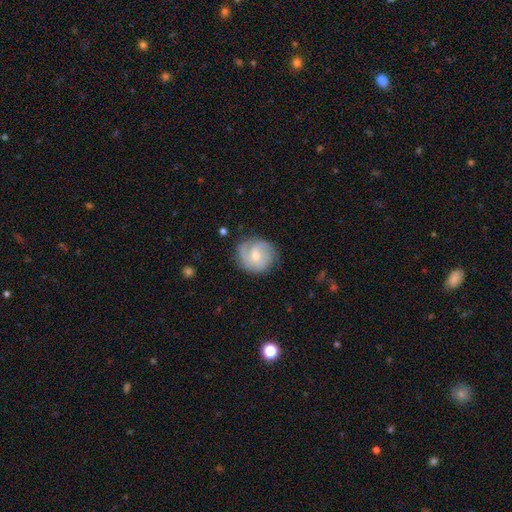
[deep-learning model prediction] Smooth or featured?
  - featured or disk: 69% *
  - smooth: 25%
  - star or artifact: 7%
Edge-on disk?
  - no: 98% *
  - yes: 2%
Bar?
  - no: 56% *
  - weak: 37%
  - strong: 7%
Spiral arms?
  - yes: 91% *
  - no: 9%
Spiral winding?
  - tight: 43% *
  - medium: 41%
  - loose: 16%
Spiral arm count?
  - 2: 32% *
  - 3: 30%
  - can't tell: 23%
  - 4: 6%
  - 1: 6%
  - more than 4: 4%
Bulge size?
  - small: 50% *
  - moderate: 46%
  - large: 2%
  - none: 1%
  - dominant: 1%
Merging?
  - none: 75% *
  - minor disturbance: 18%
  - major disturbance: 6%
  - merger: 1%